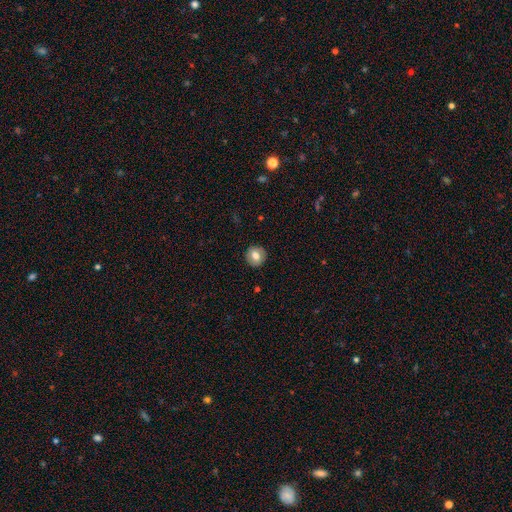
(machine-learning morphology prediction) This appears to be a smooth galaxy with no disk features (75%) that is round (90%). Merging: none (90%).